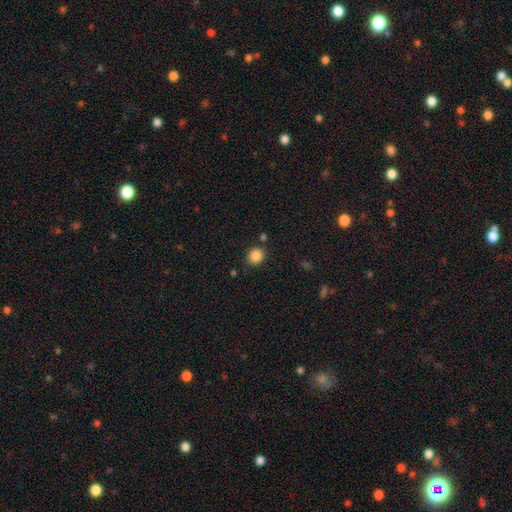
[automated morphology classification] type=smooth (86%); roundness=round (81%); merging=none (85%).